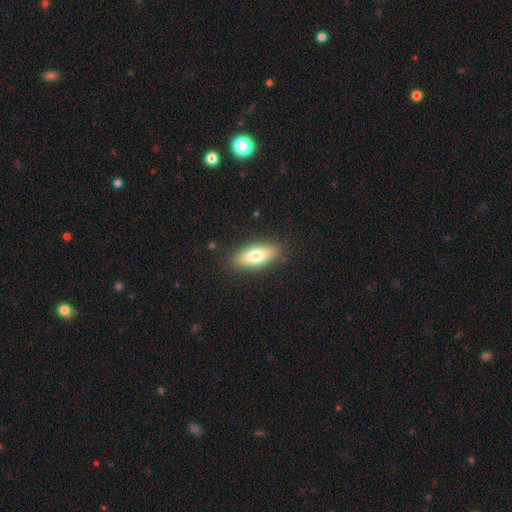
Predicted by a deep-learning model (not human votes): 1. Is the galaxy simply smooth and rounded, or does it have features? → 74% smooth, 20% featured or disk, 7% star or artifact.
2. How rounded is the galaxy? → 72% in between, 25% cigar-shaped, 3% round.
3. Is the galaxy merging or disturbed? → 86% none, 10% minor disturbance, 3% major disturbance, 1% merger.